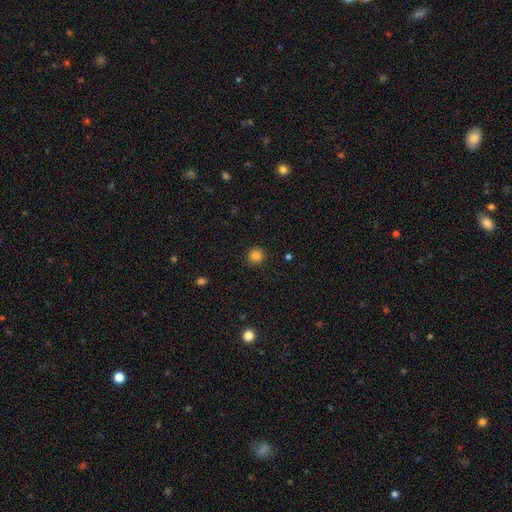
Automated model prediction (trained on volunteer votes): A smooth galaxy with no disk features (84%) that is round (94%). Merging: none (91%).